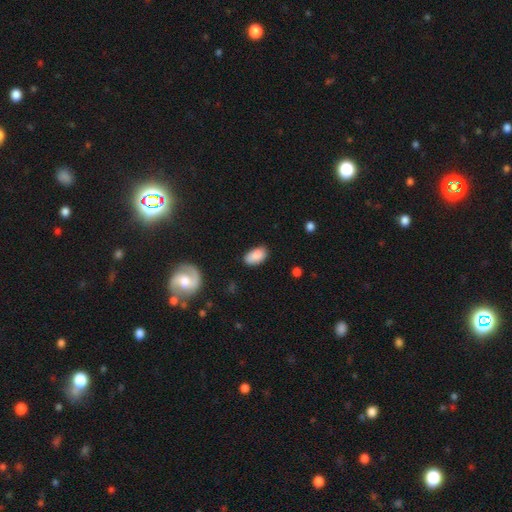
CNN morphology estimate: Smooth or featured? smooth (88%)
How rounded? in between (94%)
Merging? none (83%)